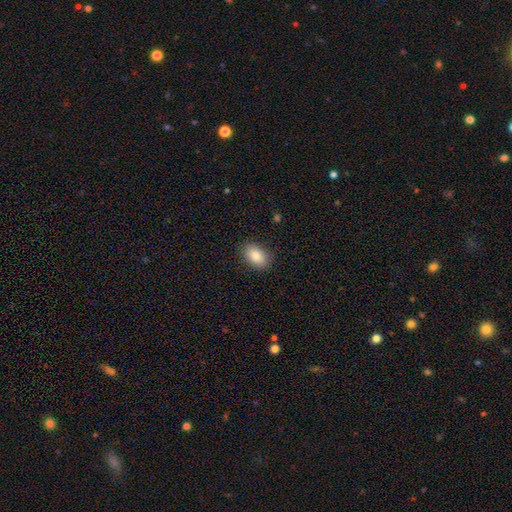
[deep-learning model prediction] Smooth or featured? Predicted: smooth (p=0.87). How rounded? Predicted: in between (p=0.89). Merging? Predicted: none (p=0.87).